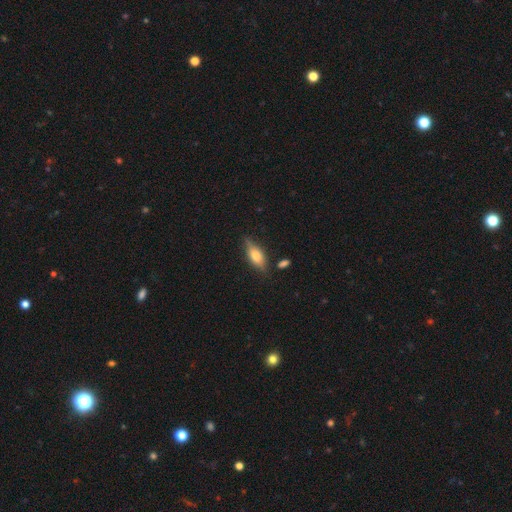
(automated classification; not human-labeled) A smooth galaxy with no disk features (53%) that is in between round and cigar-shaped (66%).

Vote fractions:
- Smooth or featured? smooth: 53% / featured or disk: 40% / star or artifact: 8%
- How rounded? in between: 66% / cigar-shaped: 30% / round: 4%
- Merging? none: 75% / minor disturbance: 17% / major disturbance: 4% / merger: 4%